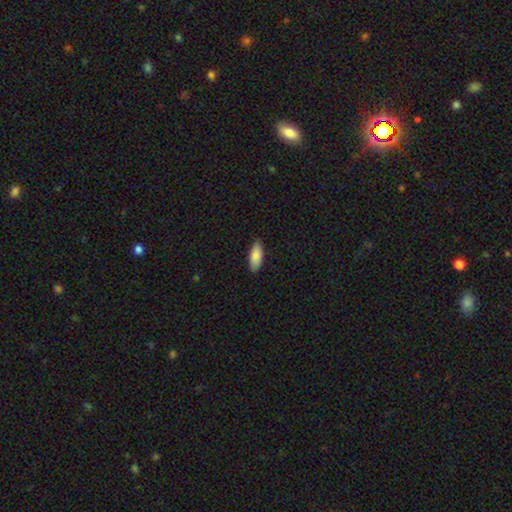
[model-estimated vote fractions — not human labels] This appears to be a smooth galaxy with no disk features (87%) that is in between round and cigar-shaped (80%). Merging: none (86%).